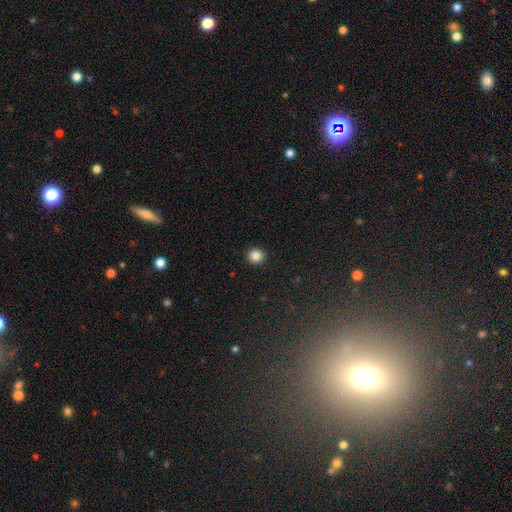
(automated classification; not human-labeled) Morphology: type=smooth (86%); roundness=round (90%); merging=none (92%).